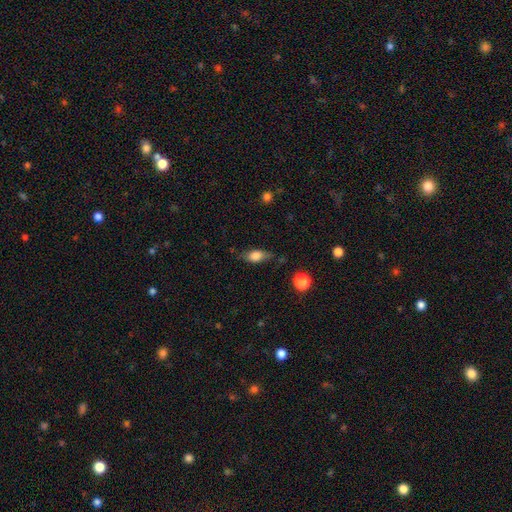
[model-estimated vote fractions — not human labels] smooth_or_featured: smooth (p=0.74) [alt: featured or disk p=0.18]
how_rounded: in between (p=0.79) [alt: cigar-shaped p=0.13]
merging: none (p=0.68) [alt: minor disturbance p=0.23]